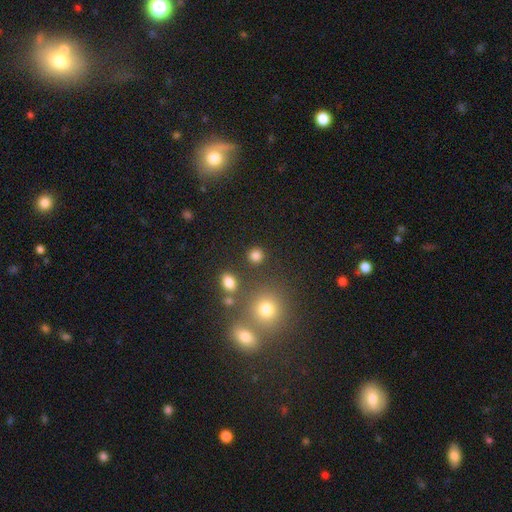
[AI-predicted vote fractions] A smooth galaxy with no disk features (81%) that is round (87%).

Vote fractions:
- Smooth or featured? smooth: 81% / star or artifact: 14% / featured or disk: 5%
- How rounded? round: 87% / in between: 12% / cigar-shaped: 1%
- Merging? none: 85% / minor disturbance: 7% / merger: 4% / major disturbance: 3%